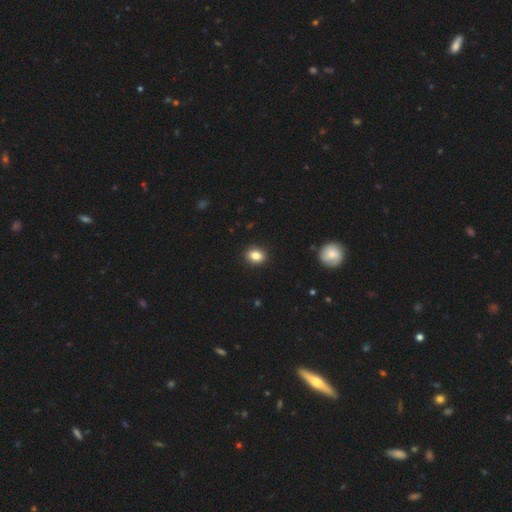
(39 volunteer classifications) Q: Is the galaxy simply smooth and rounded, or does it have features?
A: smooth — 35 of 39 (90%).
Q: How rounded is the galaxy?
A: round — 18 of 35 (51%).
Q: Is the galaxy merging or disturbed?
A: none — 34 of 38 (89%).